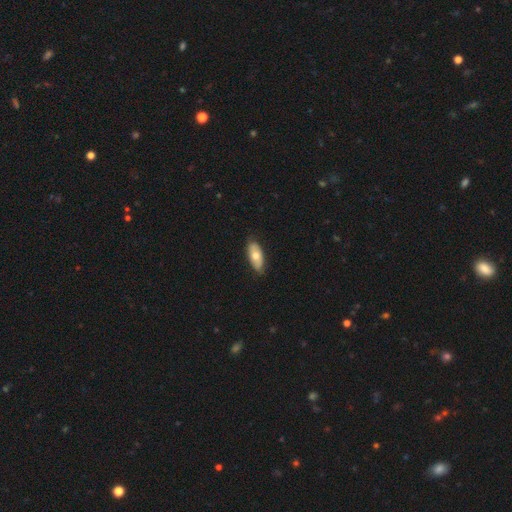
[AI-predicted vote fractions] Smooth or featured? Predicted: smooth (p=0.63). How rounded? Predicted: in between (p=0.86). Merging? Predicted: none (p=0.83).